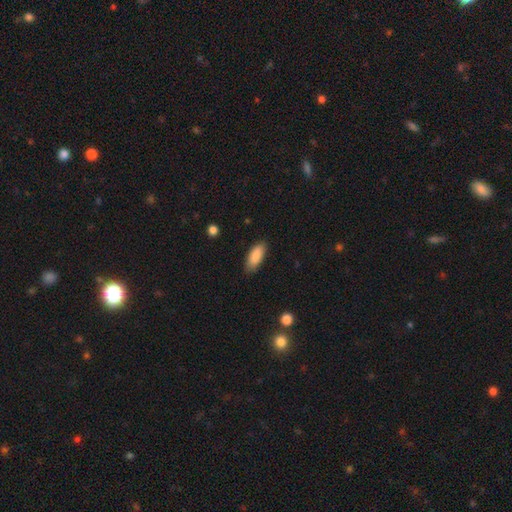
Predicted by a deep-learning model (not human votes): Smooth or featured? Predicted: smooth (p=0.88). How rounded? Predicted: in between (p=0.81). Merging? Predicted: none (p=0.81).